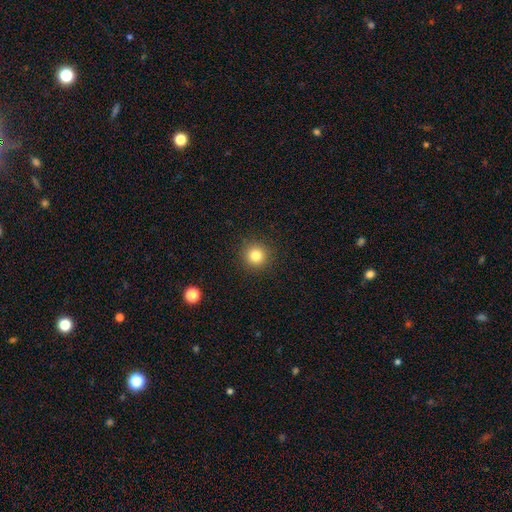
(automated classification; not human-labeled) Smooth or featured?
  - smooth: 81% *
  - star or artifact: 13%
  - featured or disk: 6%
How rounded?
  - round: 95% *
  - in between: 4%
  - cigar-shaped: 1%
Merging?
  - none: 92% *
  - minor disturbance: 5%
  - major disturbance: 2%
  - merger: 1%